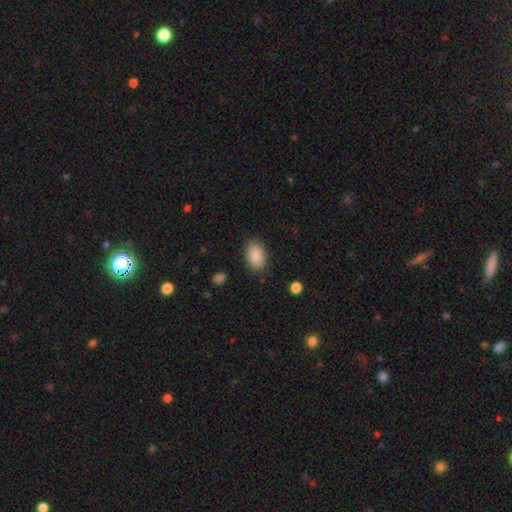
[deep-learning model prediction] The model was most divided on "merging": none: 84%, minor disturbance: 12%, major disturbance: 3%, merger: 1%. More confident: how rounded — in between (92%); smooth or featured — smooth (89%).